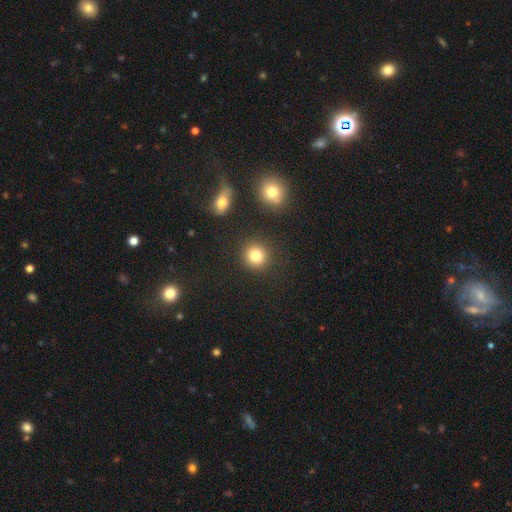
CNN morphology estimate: A smooth galaxy with no disk features (82%) that is round (91%). Merging: none (88%).